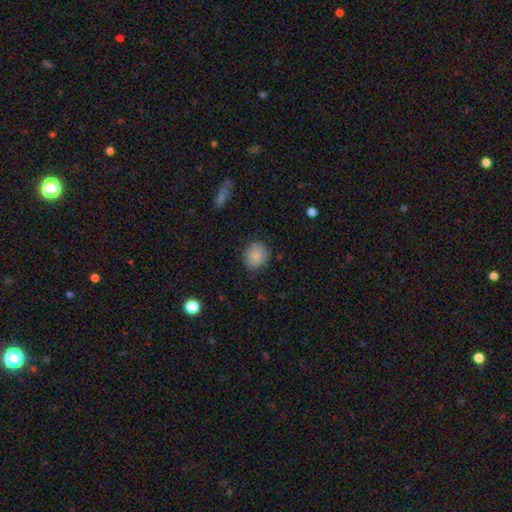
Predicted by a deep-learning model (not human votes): This is clearly a smooth galaxy (86%). How rounded: clearly round (81%). Merging: clearly none (85%).